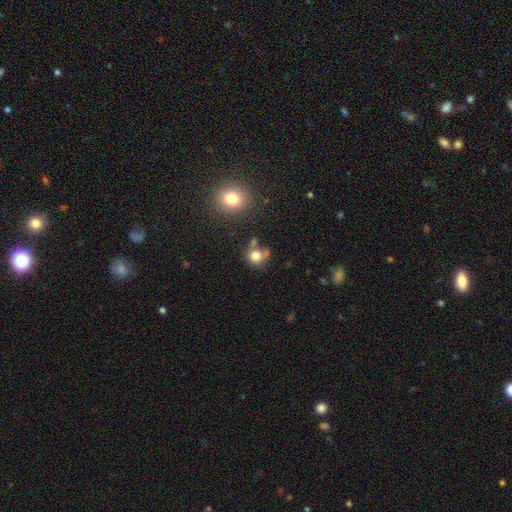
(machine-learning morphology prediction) Q: Smooth or featured?
A: smooth (77%); runner-up: star or artifact (12%)
Q: How rounded?
A: round (84%); runner-up: in between (15%)
Q: Merging?
A: none (53%); runner-up: merger (21%)